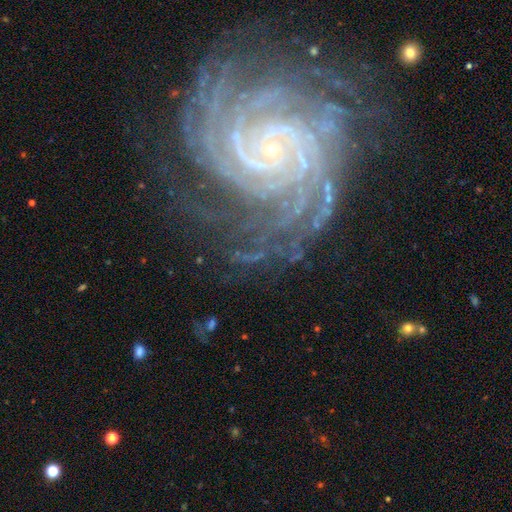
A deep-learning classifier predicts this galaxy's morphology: Q: Smooth or featured?
A: featured or disk (90%); runner-up: star or artifact (7%)
Q: Edge-on disk?
A: no (98%); runner-up: yes (2%)
Q: Bar?
A: no (62%); runner-up: weak (23%)
Q: Spiral arms?
A: yes (99%); runner-up: no (1%)
Q: Spiral winding?
A: tight (81%); runner-up: medium (16%)
Q: Spiral arm count?
A: more than 4 (28%); runner-up: 4 (21%)
Q: Bulge size?
A: small (88%); runner-up: moderate (7%)
Q: Merging?
A: none (73%); runner-up: minor disturbance (17%)